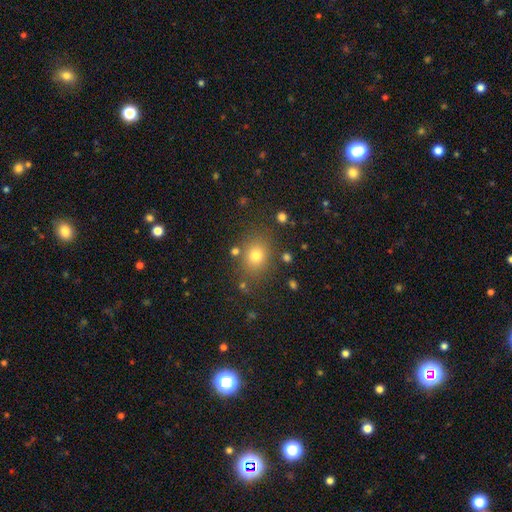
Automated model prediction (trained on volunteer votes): Smooth or featured? smooth (75%)
How rounded? round (54%)
Merging? none (80%)